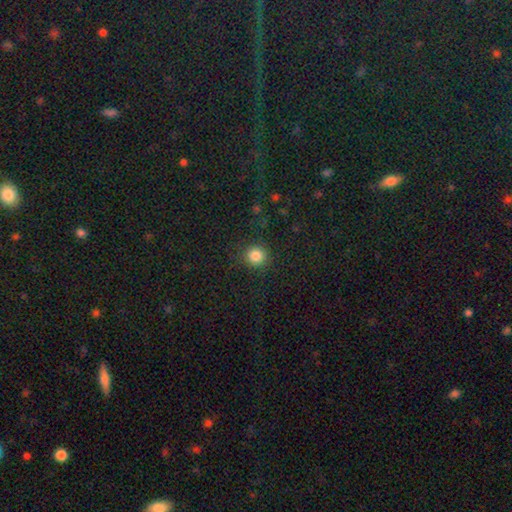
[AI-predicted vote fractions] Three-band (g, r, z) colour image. It shows a smooth galaxy with no disk features (84%) that is round (94%). Merging: none (90%).